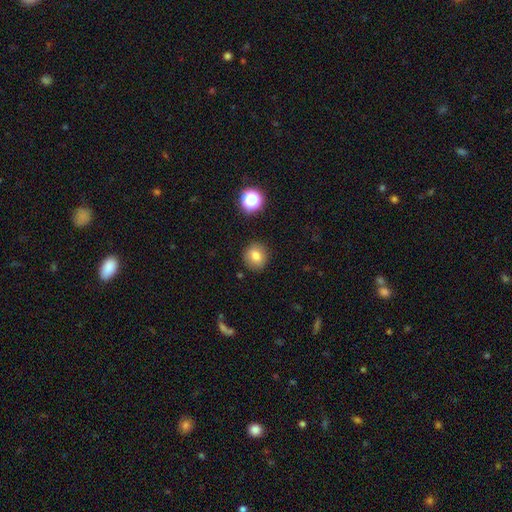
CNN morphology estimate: smooth 79%, star or artifact 12%, featured or disk 9%. Down the decision tree: how rounded — round (85%); merging — none (88%).